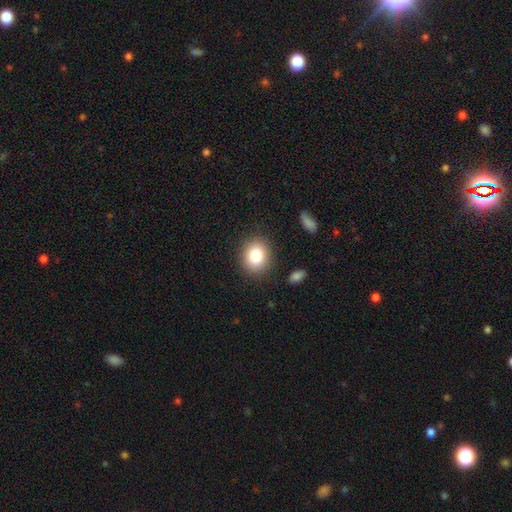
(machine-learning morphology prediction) Q: Smooth or featured?
A: smooth (84%); runner-up: star or artifact (9%)
Q: How rounded?
A: round (62%); runner-up: in between (38%)
Q: Merging?
A: none (87%); runner-up: minor disturbance (9%)